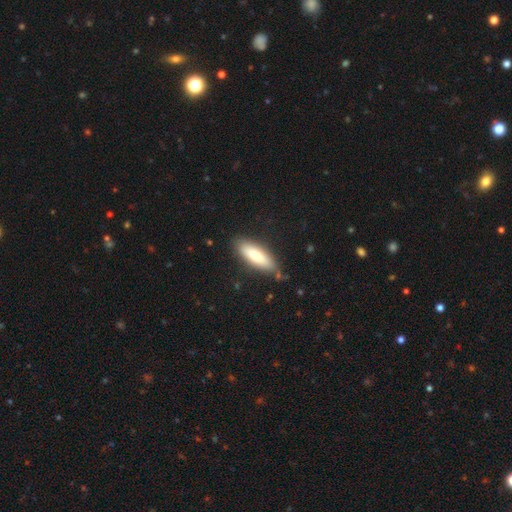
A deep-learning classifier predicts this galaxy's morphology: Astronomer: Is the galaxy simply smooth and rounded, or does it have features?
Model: smooth — 75%.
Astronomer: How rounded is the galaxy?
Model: in between — 56% (runner-up: cigar-shaped, 42%).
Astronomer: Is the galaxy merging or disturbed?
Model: none — 81%.